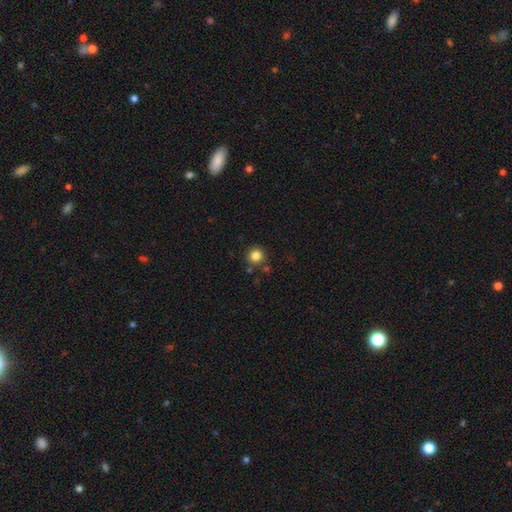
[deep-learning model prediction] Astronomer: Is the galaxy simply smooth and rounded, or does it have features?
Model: smooth — 83%.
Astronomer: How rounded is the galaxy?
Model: round — 93%.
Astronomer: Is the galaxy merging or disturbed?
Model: none — 85%.